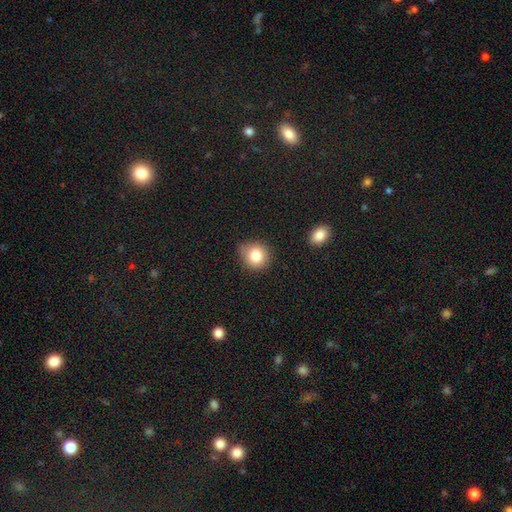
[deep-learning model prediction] smooth-or-featured: smooth: 82% | star or artifact: 10% | featured or disk: 8%
  how-rounded: round: 85% | in between: 14% | cigar-shaped: 1%
  merging: none: 75% | minor disturbance: 19% | major disturbance: 4% | merger: 3%